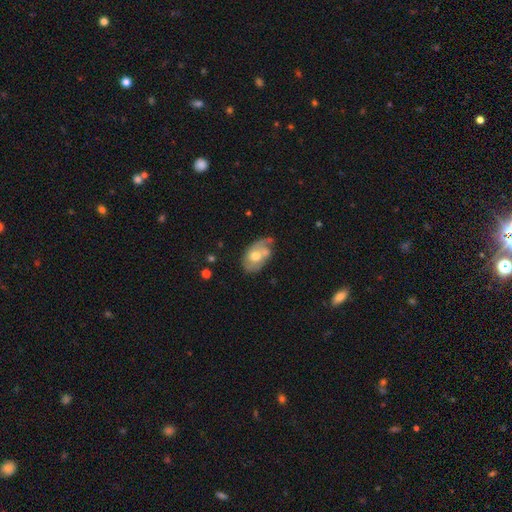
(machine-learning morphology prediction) Overall: featured or disk (48%; smooth 45%). Merging: none (40%; minor disturbance 32%).